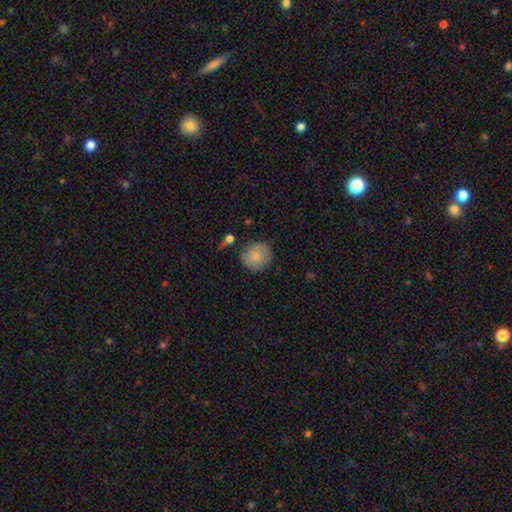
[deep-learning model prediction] Q: Smooth or featured?
A: smooth (77%); runner-up: featured or disk (15%)
Q: How rounded?
A: round (87%); runner-up: in between (12%)
Q: Merging?
A: none (77%); runner-up: minor disturbance (16%)